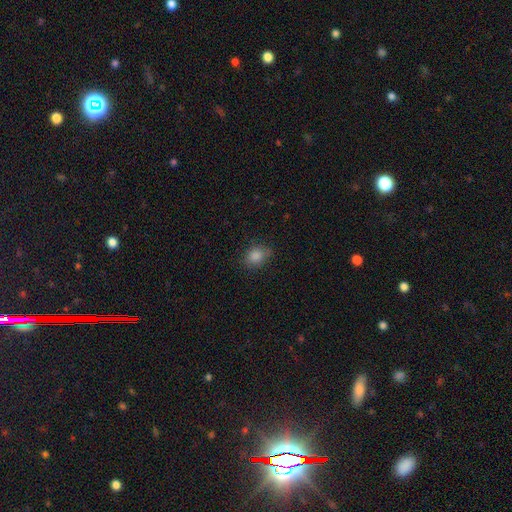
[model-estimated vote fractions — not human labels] Q: Smooth or featured?
A: smooth (83%); runner-up: star or artifact (12%)
Q: How rounded?
A: in between (50%); runner-up: round (49%)
Q: Merging?
A: none (76%); runner-up: minor disturbance (18%)